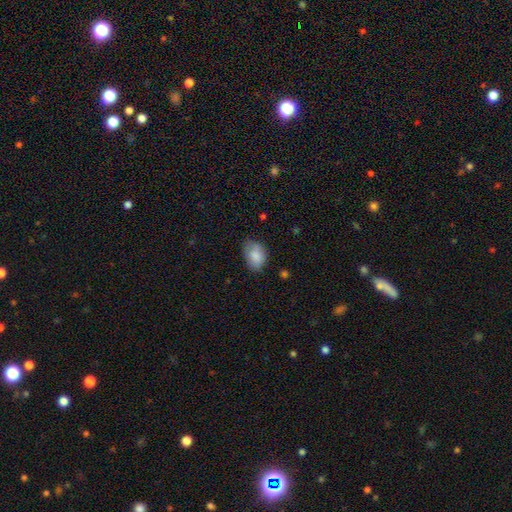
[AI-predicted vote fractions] Smooth or featured? Predicted: smooth (p=0.82). How rounded? Predicted: in between (p=0.84). Merging? Predicted: none (p=0.60).